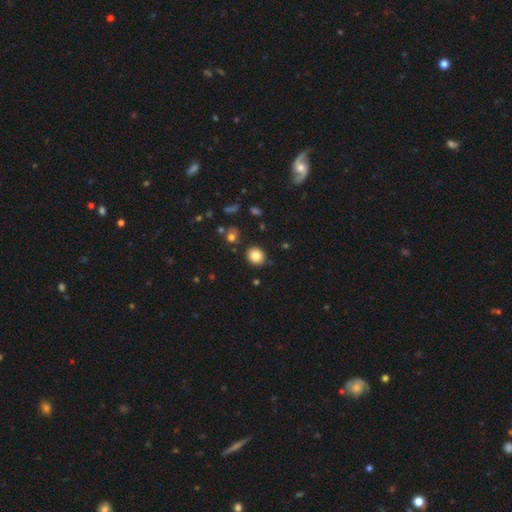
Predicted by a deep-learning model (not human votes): Morphology: type=smooth (83%); roundness=round (84%); merging=none (87%).